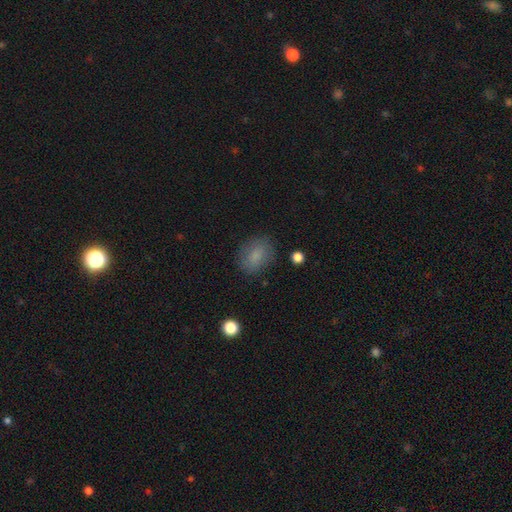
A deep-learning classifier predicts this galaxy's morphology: Smooth or featured? smooth (81%)
How rounded? in between (66%)
Merging? none (80%)